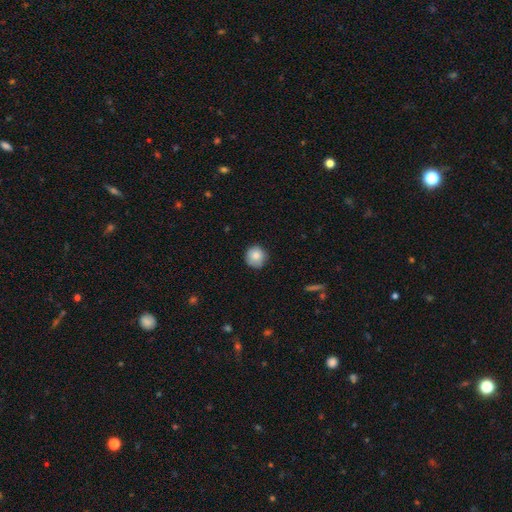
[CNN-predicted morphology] This appears to be a smooth galaxy with no disk features (83%) that is round (93%). Merging: none (79%).